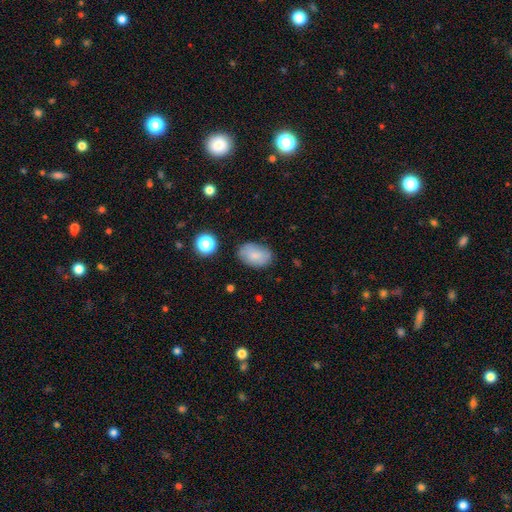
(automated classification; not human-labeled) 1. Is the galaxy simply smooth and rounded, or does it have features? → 78% smooth, 13% featured or disk, 9% star or artifact.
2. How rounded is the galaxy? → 83% in between, 16% round, 1% cigar-shaped.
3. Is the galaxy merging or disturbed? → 77% none, 17% minor disturbance, 4% major disturbance, 2% merger.